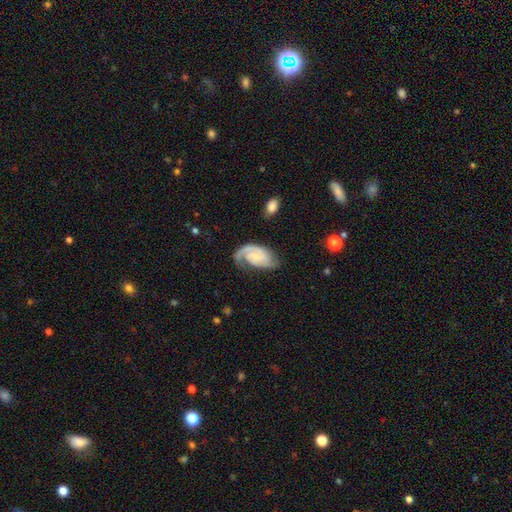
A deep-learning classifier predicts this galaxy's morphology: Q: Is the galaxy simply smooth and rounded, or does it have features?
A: featured or disk — 85%.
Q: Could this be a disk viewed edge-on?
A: no — 98%.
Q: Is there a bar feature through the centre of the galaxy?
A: no — 55%.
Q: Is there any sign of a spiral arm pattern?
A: yes — 97%.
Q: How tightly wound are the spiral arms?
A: tight — 49%.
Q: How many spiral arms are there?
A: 2 — 59%.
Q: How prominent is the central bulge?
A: small — 60%.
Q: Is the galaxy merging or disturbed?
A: none — 61%.